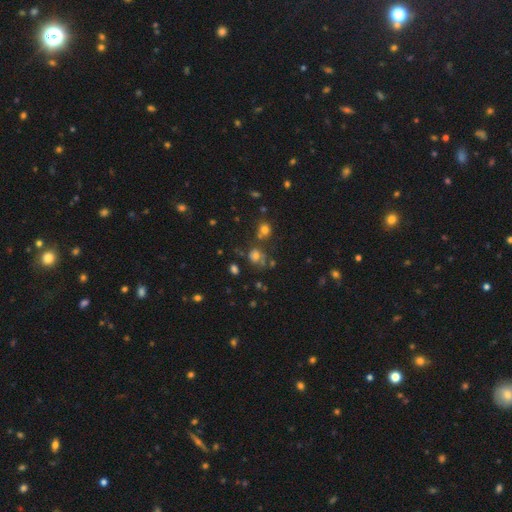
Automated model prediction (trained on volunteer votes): Smooth or featured: smooth — 54% (star or artifact — 24%)
How rounded: round — 66% (in between — 33%)
Merging: none — 50% (minor disturbance — 19%)